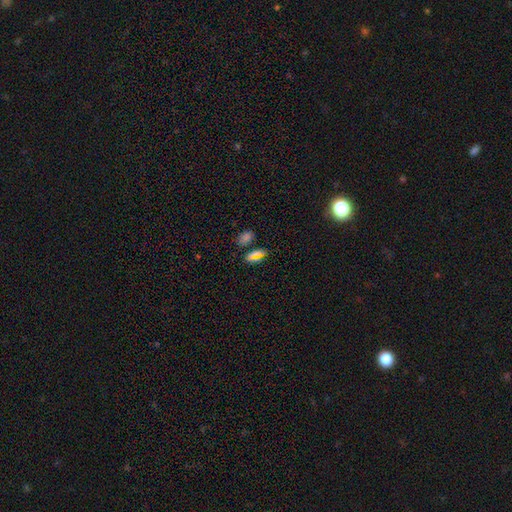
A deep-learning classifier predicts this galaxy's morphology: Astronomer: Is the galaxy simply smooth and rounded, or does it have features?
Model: smooth — 64%.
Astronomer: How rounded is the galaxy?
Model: in between — 80%.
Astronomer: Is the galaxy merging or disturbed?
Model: none — 69%.